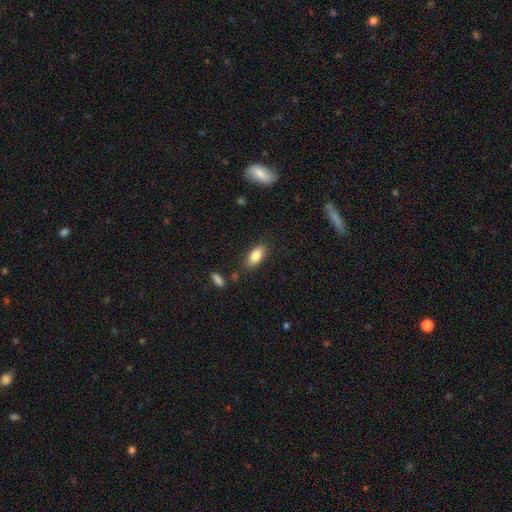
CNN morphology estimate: Q: Smooth or featured?
A: smooth (82%); runner-up: featured or disk (11%)
Q: How rounded?
A: in between (85%); runner-up: cigar-shaped (11%)
Q: Merging?
A: none (82%); runner-up: minor disturbance (12%)